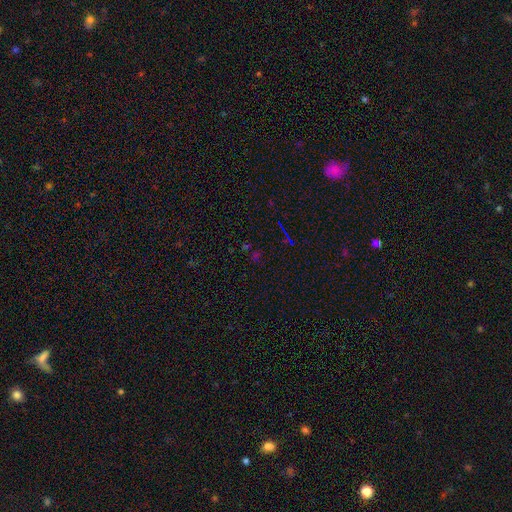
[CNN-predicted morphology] smooth_or_featured: star or artifact (p=0.64) [alt: smooth p=0.26]